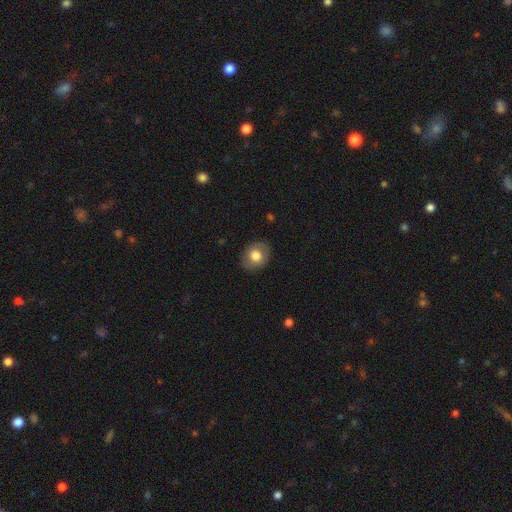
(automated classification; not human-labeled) This is likely a smooth galaxy (75%). How rounded: possibly round (59%). Merging: clearly none (85%).